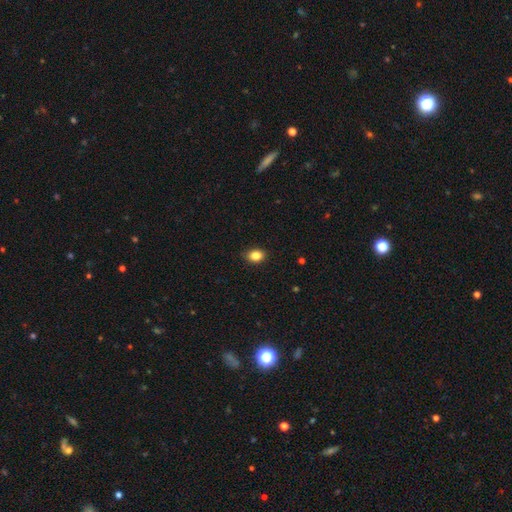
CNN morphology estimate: smooth_or_featured: smooth (p=0.86) [alt: star or artifact p=0.10]
how_rounded: in between (p=0.68) [alt: round p=0.31]
merging: none (p=0.89) [alt: minor disturbance p=0.08]